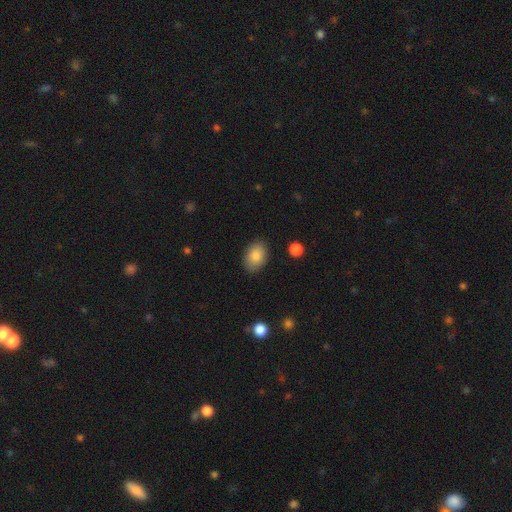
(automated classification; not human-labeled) smooth-or-featured: smooth: 85% | featured or disk: 8% | star or artifact: 7%
  how-rounded: in between: 84% | round: 15% | cigar-shaped: 1%
  merging: none: 86% | minor disturbance: 10% | major disturbance: 2% | merger: 1%